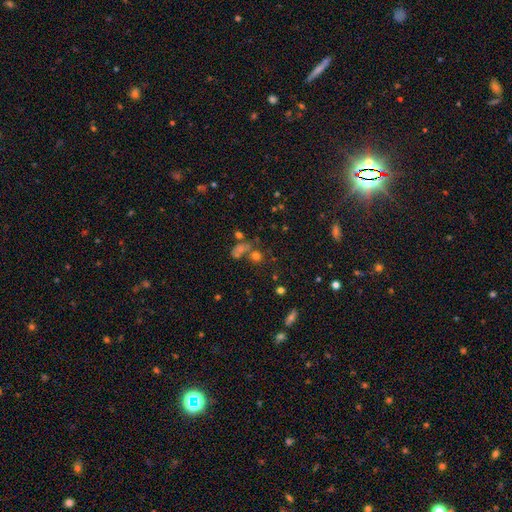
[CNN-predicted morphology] Smooth or featured: smooth — 57% (star or artifact — 30%)
How rounded: round — 78% (in between — 20%)
Merging: none — 52% (merger — 28%)